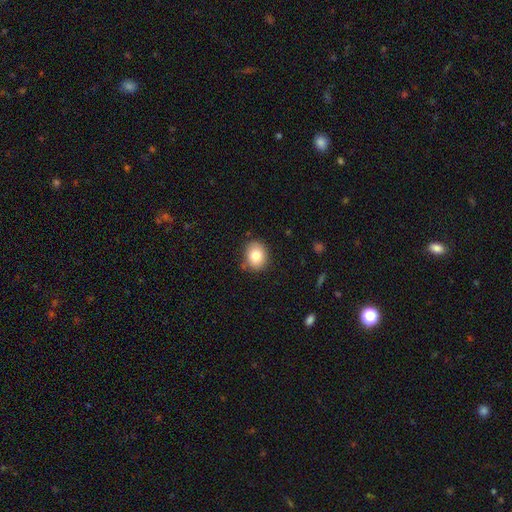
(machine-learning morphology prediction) This is clearly a smooth galaxy (81%). How rounded: possibly round (56%). Merging: clearly none (82%).